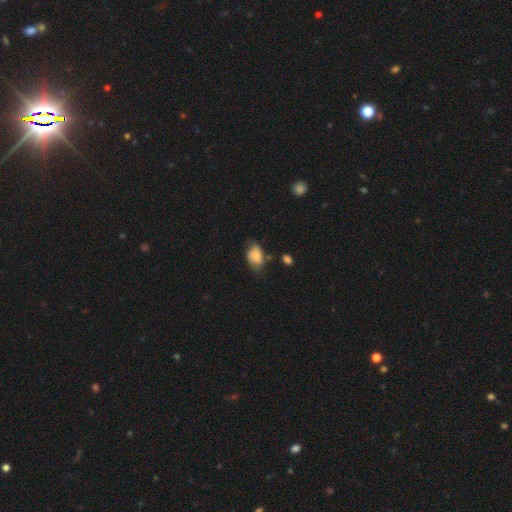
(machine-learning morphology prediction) This appears to be a smooth galaxy with no disk features (73%) that is in between round and cigar-shaped (87%). Merging: none (54%).